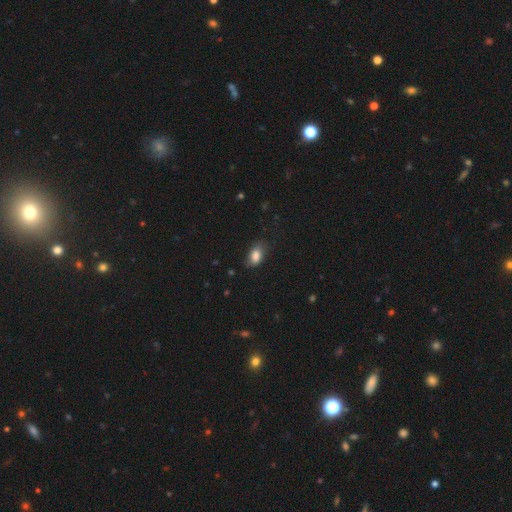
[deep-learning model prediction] This appears to be a smooth galaxy with no disk features (84%) that is in between round and cigar-shaped (89%). Merging: none (69%).